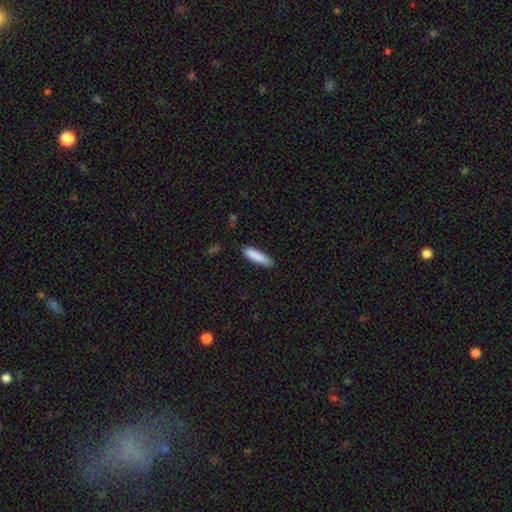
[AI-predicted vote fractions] This is clearly a smooth galaxy (88%). How rounded: likely cigar-shaped (74%). Merging: clearly none (84%).